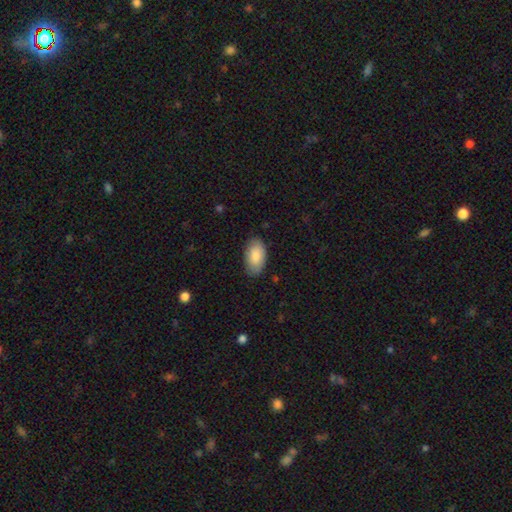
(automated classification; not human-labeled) Smooth or featured?
  - smooth: 84% *
  - featured or disk: 10%
  - star or artifact: 6%
How rounded?
  - in between: 95% *
  - round: 3%
  - cigar-shaped: 2%
Merging?
  - none: 82% *
  - minor disturbance: 14%
  - major disturbance: 3%
  - merger: 1%